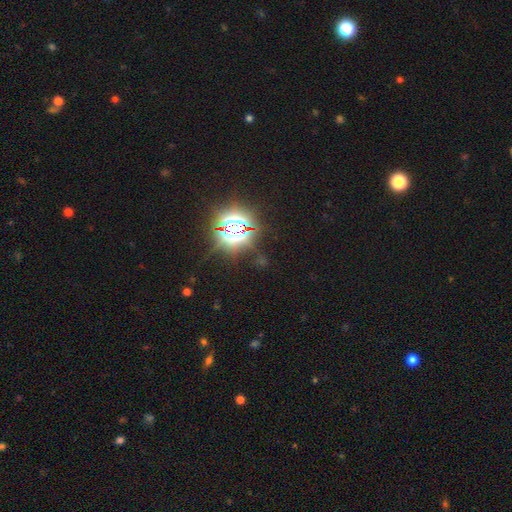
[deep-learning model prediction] Q: Smooth or featured?
A: star or artifact (84%); runner-up: smooth (10%)